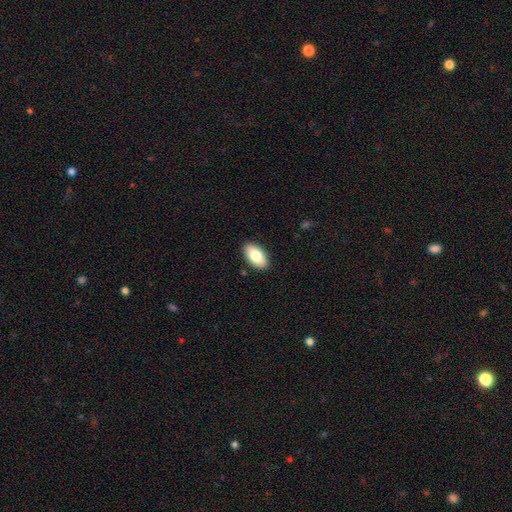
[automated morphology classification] smooth-or-featured: smooth: 82% | featured or disk: 12% | star or artifact: 6%
  how-rounded: in between: 95% | round: 3% | cigar-shaped: 2%
  merging: none: 89% | minor disturbance: 8% | major disturbance: 2% | merger: 1%